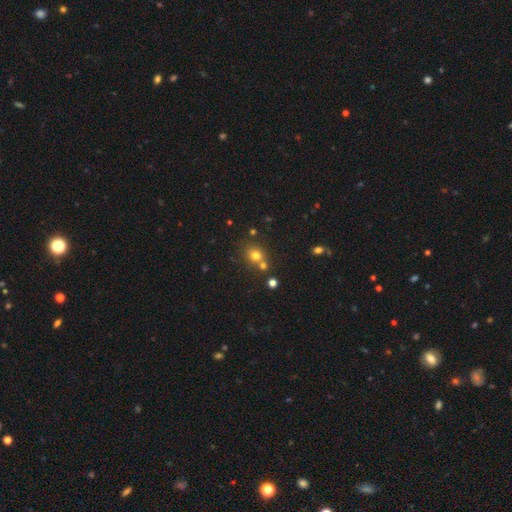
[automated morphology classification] smooth 73%, star or artifact 18%, featured or disk 10%. Down the decision tree: how rounded — round (80%); merging — none (61%).